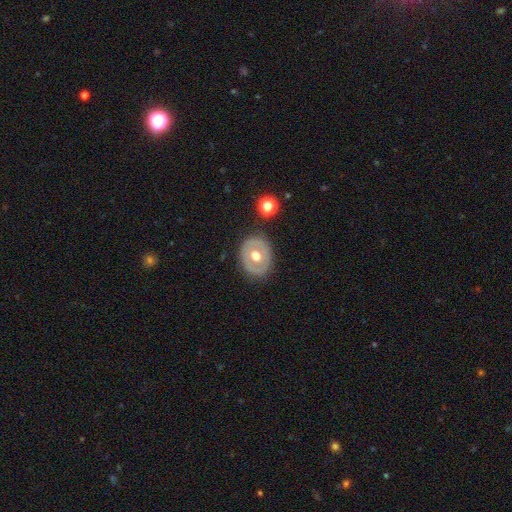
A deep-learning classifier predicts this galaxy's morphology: type=featured or disk (51%); edge-on=no (93%); merging=none (83%).